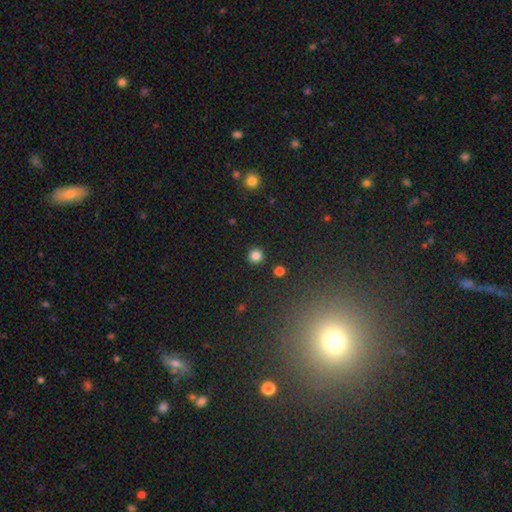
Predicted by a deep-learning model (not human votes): smooth 83%, star or artifact 13%, featured or disk 4%. Down the decision tree: how rounded — round (95%); merging — none (92%).